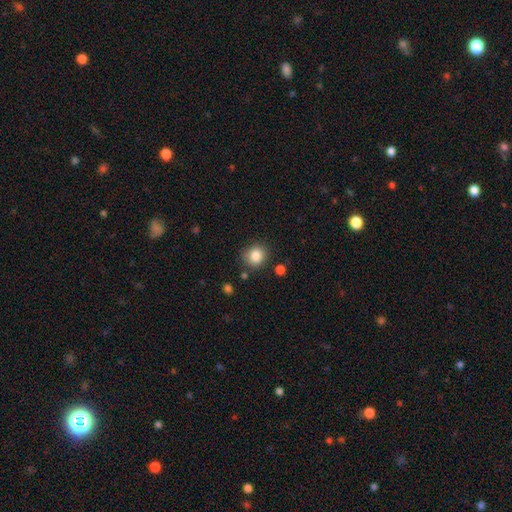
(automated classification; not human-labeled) Smooth or featured?
  - smooth: 85% *
  - star or artifact: 10%
  - featured or disk: 5%
How rounded?
  - round: 80% *
  - in between: 19%
  - cigar-shaped: 1%
Merging?
  - none: 81% *
  - minor disturbance: 12%
  - merger: 4%
  - major disturbance: 3%